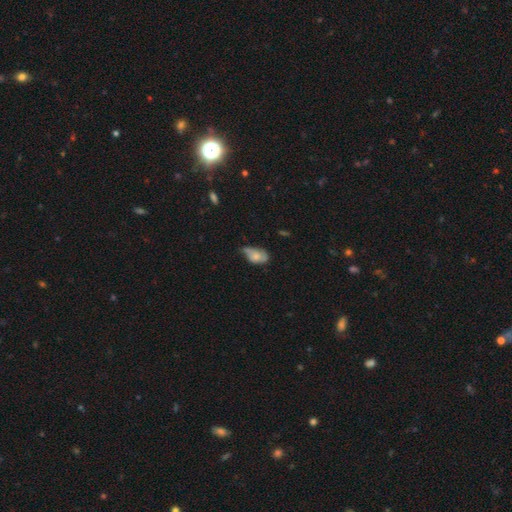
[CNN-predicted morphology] A smooth galaxy with no disk features (61%) that is in between round and cigar-shaped (88%). Merging: minor disturbance (45%).